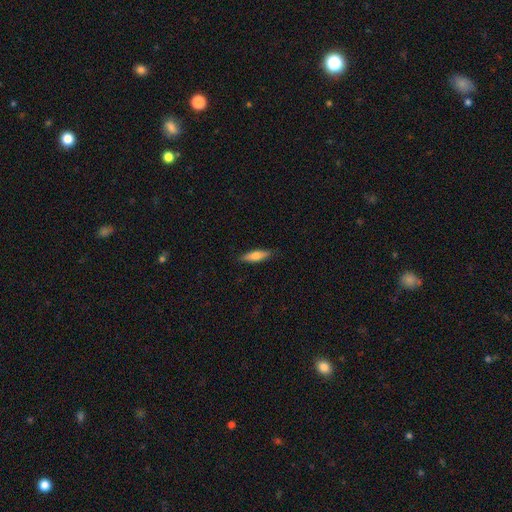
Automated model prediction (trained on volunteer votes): This appears to be a smooth galaxy with no disk features (71%) that is cigar-shaped (63%). Merging: none (87%).